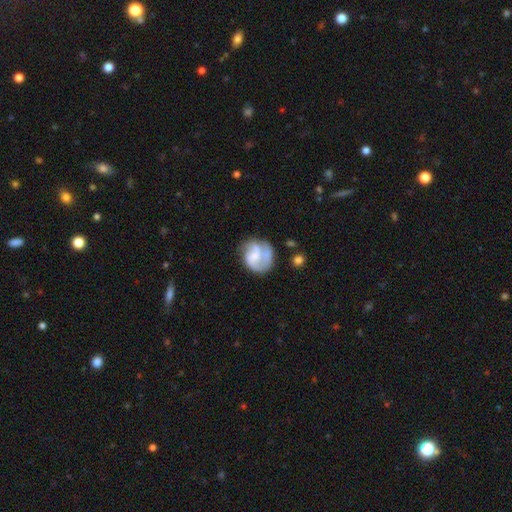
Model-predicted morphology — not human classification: Smooth or featured: featured or disk — 58% (smooth — 36%)
Edge-on disk: no — 98% (yes — 2%)
Bar: no — 55% (weak — 35%)
Spiral arms: yes — 72% (no — 28%)
Bulge size: small — 35% (none — 29%)
Merging: none — 46% (minor disturbance — 23%)